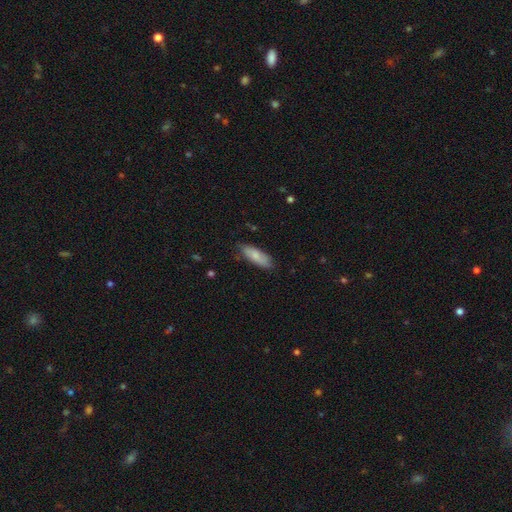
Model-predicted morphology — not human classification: Q: Smooth or featured?
A: smooth (79%); runner-up: featured or disk (15%)
Q: How rounded?
A: in between (60%); runner-up: cigar-shaped (38%)
Q: Merging?
A: none (77%); runner-up: minor disturbance (18%)